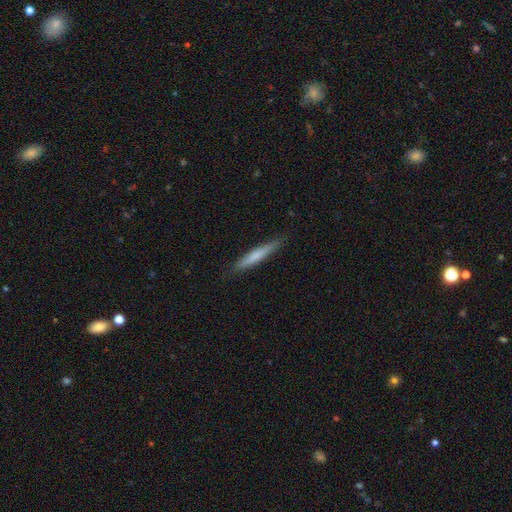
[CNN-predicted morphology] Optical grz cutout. It shows a smooth galaxy with no disk features (68%) that is cigar-shaped (95%). Merging: none (86%).